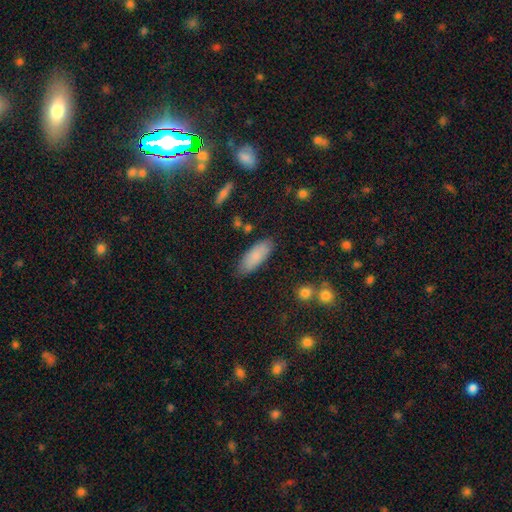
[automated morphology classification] smooth 84%, featured or disk 10%, star or artifact 7%. Down the decision tree: how rounded — in between (75%); merging — none (82%).